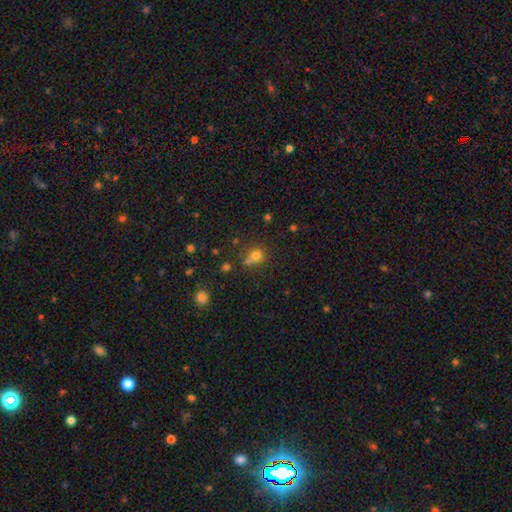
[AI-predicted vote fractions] This appears to be a smooth galaxy with no disk features (73%) that is round (80%). Merging: none (53%).